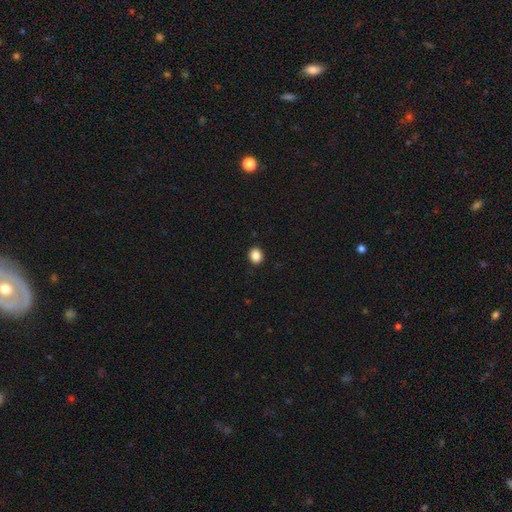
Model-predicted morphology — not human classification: smooth-or-featured: smooth: 87% | star or artifact: 10% | featured or disk: 3%
  how-rounded: round: 75% | in between: 24% | cigar-shaped: 1%
  merging: none: 92% | minor disturbance: 5% | major disturbance: 2% | merger: 1%